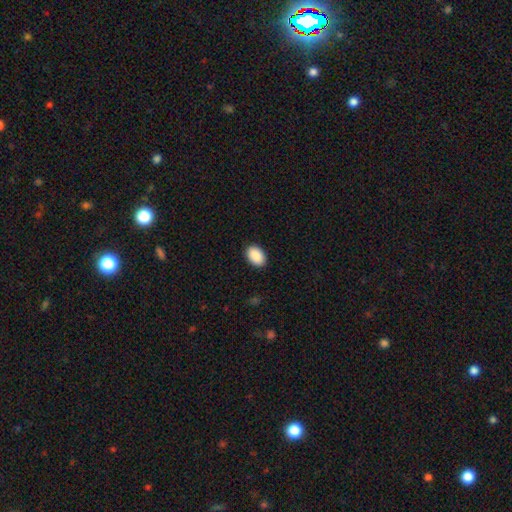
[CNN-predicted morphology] This is clearly a smooth galaxy (90%). How rounded: clearly in between (85%). Merging: clearly none (90%).